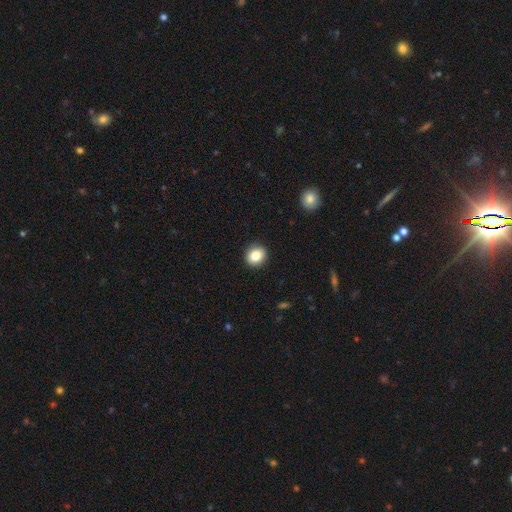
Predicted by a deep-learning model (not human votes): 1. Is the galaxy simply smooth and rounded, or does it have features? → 82% smooth, 9% star or artifact, 8% featured or disk.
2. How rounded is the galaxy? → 77% round, 22% in between, 1% cigar-shaped.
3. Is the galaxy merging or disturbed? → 91% none, 6% minor disturbance, 2% major disturbance, 1% merger.